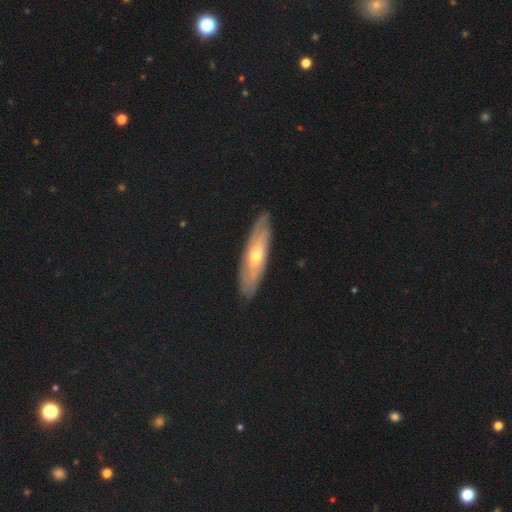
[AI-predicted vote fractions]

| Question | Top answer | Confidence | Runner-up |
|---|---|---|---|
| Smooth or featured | featured or disk | 61% | smooth (33%) |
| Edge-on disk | no | 60% | yes (40%) |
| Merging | none | 85% | minor disturbance (11%) |